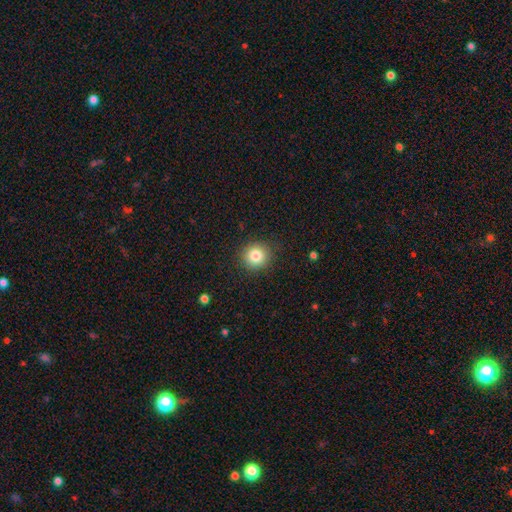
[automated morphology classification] type=smooth (82%); roundness=round (91%); merging=none (89%).